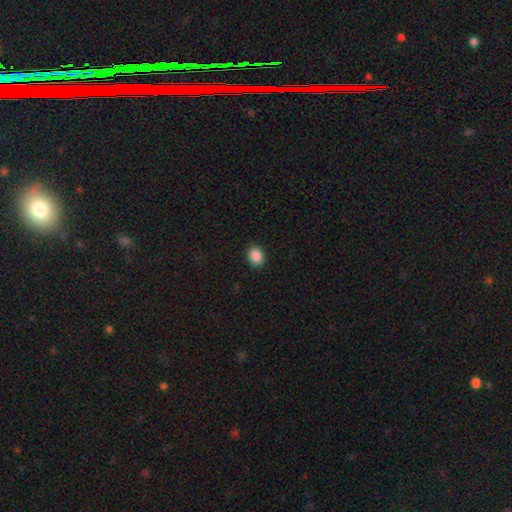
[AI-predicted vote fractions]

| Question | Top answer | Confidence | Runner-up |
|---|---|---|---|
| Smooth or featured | smooth | 89% | star or artifact (8%) |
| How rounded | in between | 61% | round (38%) |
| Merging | none | 89% | minor disturbance (8%) |